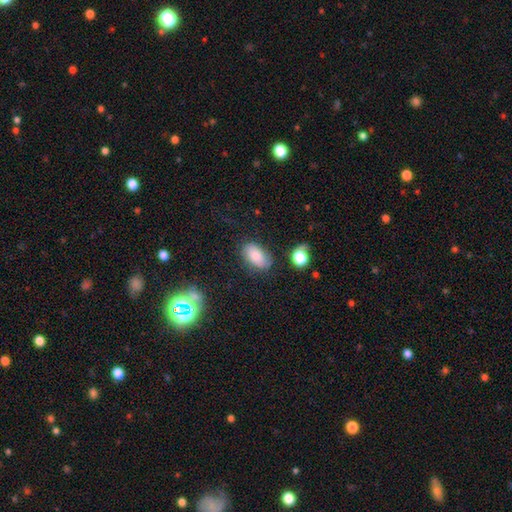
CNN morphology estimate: smooth_or_featured: smooth (p=0.77) [alt: featured or disk p=0.13]
how_rounded: in between (p=0.92) [alt: round p=0.06]
merging: none (p=0.72) [alt: minor disturbance p=0.18]